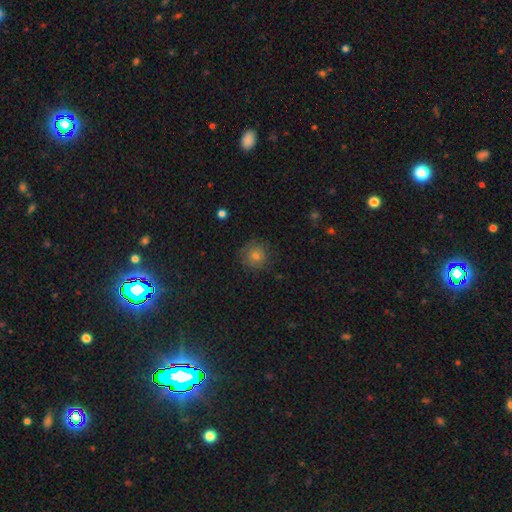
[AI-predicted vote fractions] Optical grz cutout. It shows a smooth galaxy with no disk features (67%) that is round (94%). Merging: none (83%).